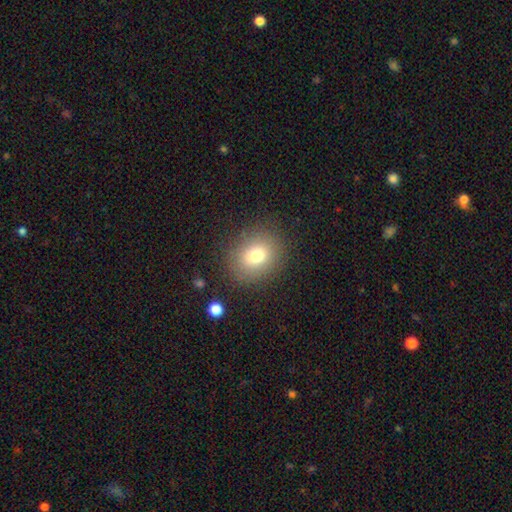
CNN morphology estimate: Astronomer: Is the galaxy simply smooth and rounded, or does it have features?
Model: smooth — 74%.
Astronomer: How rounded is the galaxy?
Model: round — 64%.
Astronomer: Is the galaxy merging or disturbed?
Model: none — 85%.